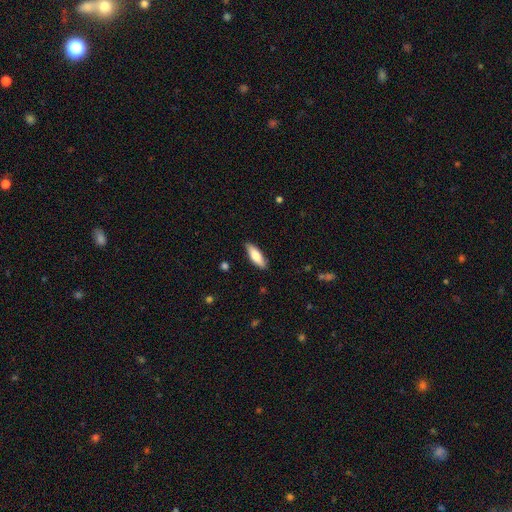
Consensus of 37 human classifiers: This is clearly a smooth galaxy (84%). How rounded: possibly in between (48%). Merging: clearly none (92%).